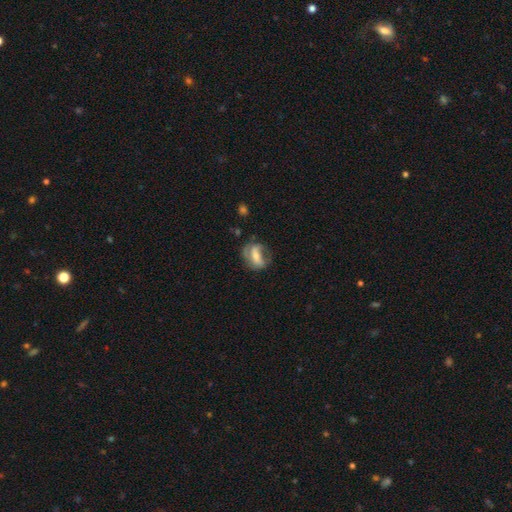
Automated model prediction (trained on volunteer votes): Smooth or featured: featured or disk — 52% (smooth — 40%)
Edge-on disk: no — 92% (yes — 8%)
Merging: none — 47% (minor disturbance — 26%)